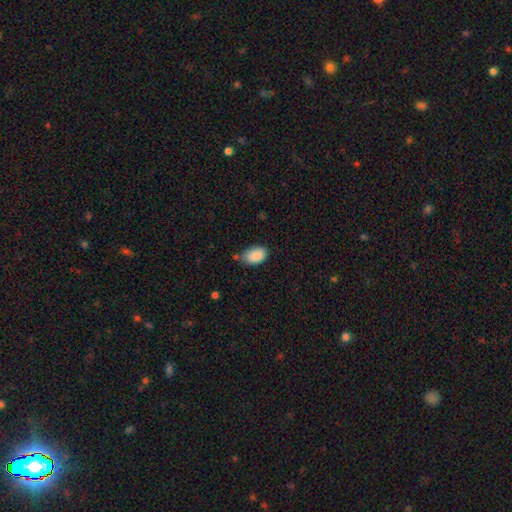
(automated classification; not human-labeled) The model was most divided on "merging": none: 58%, minor disturbance: 31%, merger: 6%, major disturbance: 5%. More confident: how rounded — in between (91%); smooth or featured — smooth (87%).